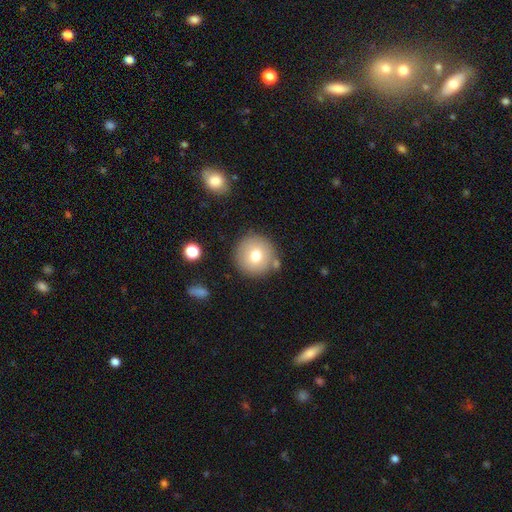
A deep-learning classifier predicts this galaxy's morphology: smooth-or-featured: smooth: 74% | featured or disk: 16% | star or artifact: 11%
  how-rounded: round: 96% | in between: 3% | cigar-shaped: 1%
  merging: none: 83% | minor disturbance: 9% | merger: 6% | major disturbance: 3%